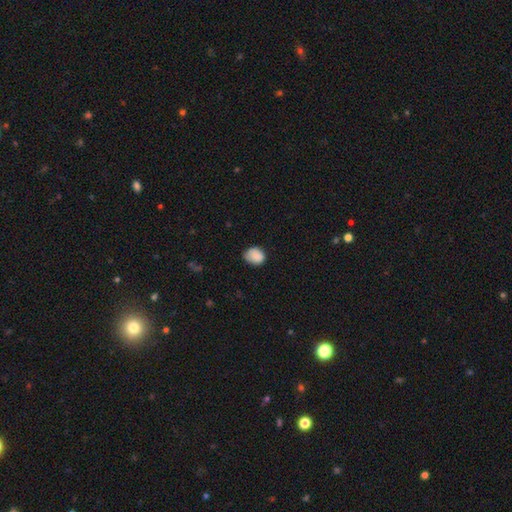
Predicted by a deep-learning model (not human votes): A smooth galaxy with no disk features (86%) that is round (56%). Merging: none (64%).